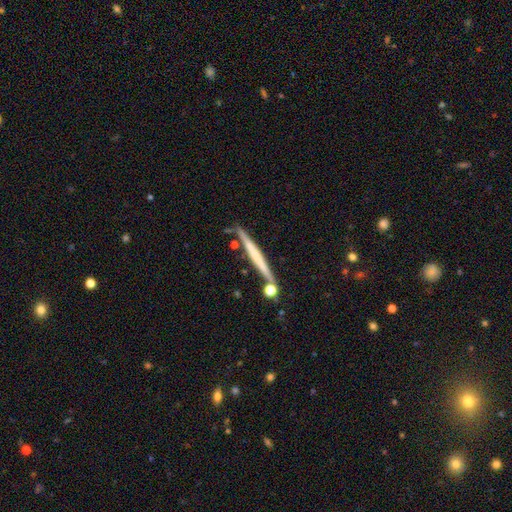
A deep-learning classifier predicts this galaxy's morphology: A featured or disk galaxy (58%) viewed edge-on (96%) with no central bulge (67%). Merging: none (78%).